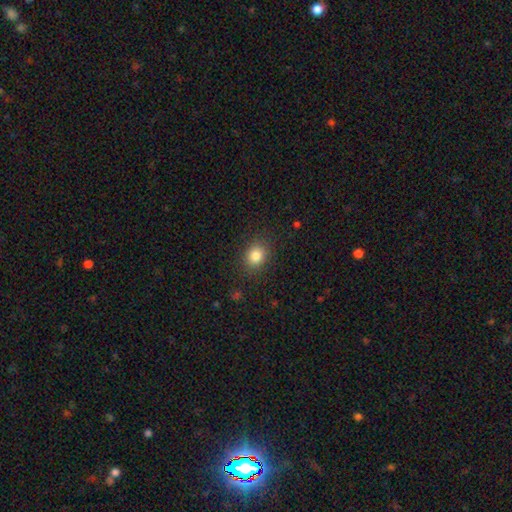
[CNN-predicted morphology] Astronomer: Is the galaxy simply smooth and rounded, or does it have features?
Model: smooth — 83%.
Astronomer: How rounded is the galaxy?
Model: round — 62%.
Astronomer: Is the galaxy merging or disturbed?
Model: none — 86%.